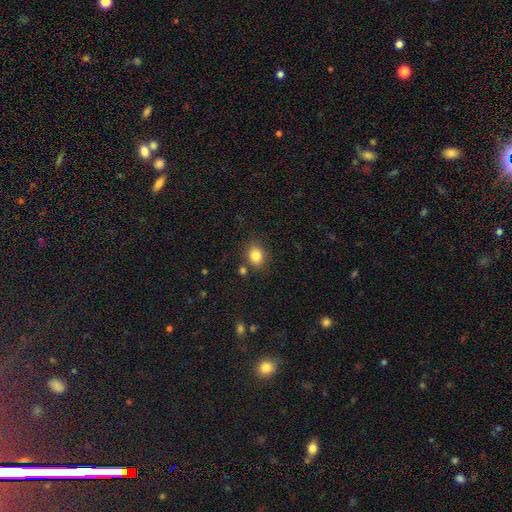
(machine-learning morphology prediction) Smooth or featured?
  - smooth: 84% *
  - star or artifact: 10%
  - featured or disk: 6%
How rounded?
  - in between: 53% *
  - round: 46%
  - cigar-shaped: 1%
Merging?
  - none: 80% *
  - minor disturbance: 11%
  - merger: 6%
  - major disturbance: 3%